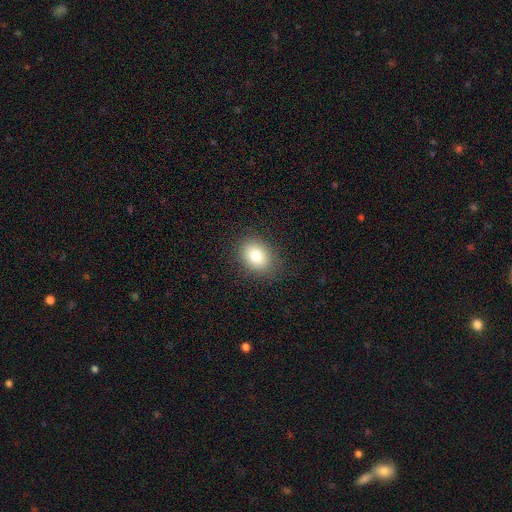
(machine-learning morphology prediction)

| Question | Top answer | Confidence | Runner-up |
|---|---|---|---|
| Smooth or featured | smooth | 81% | star or artifact (10%) |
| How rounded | in between | 61% | round (38%) |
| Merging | none | 86% | minor disturbance (10%) |